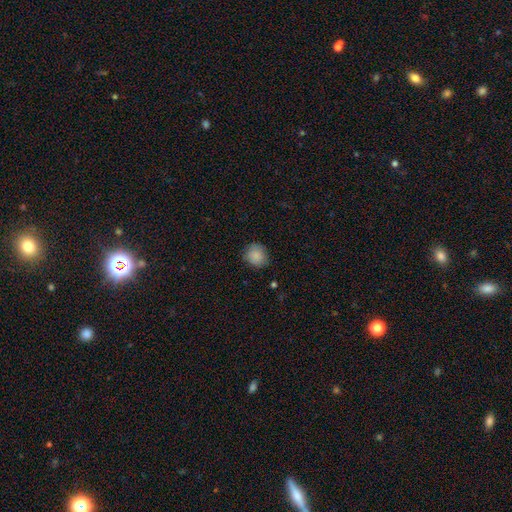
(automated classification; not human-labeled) smooth 88%, star or artifact 8%, featured or disk 4%. Down the decision tree: how rounded — round (81%); merging — none (81%).